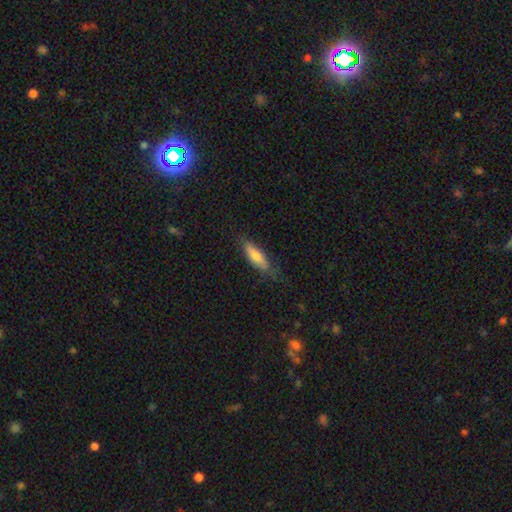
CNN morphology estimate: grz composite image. It shows a smooth galaxy with no disk features (71%) that is cigar-shaped (59%). Merging: none (77%).